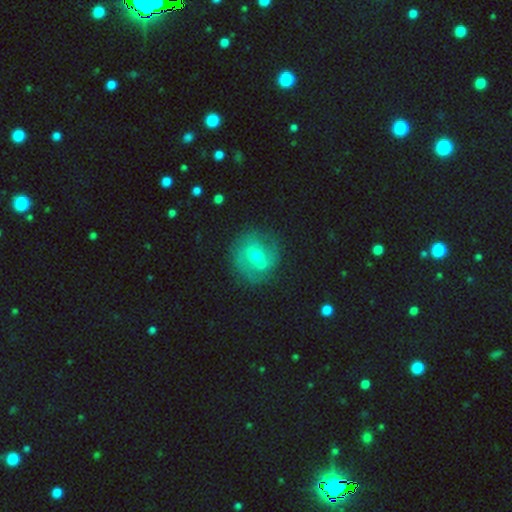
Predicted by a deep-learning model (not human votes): Smooth or featured: featured or disk — 52% (smooth — 39%)
Edge-on disk: no — 97% (yes — 3%)
Merging: none — 54% (merger — 25%)